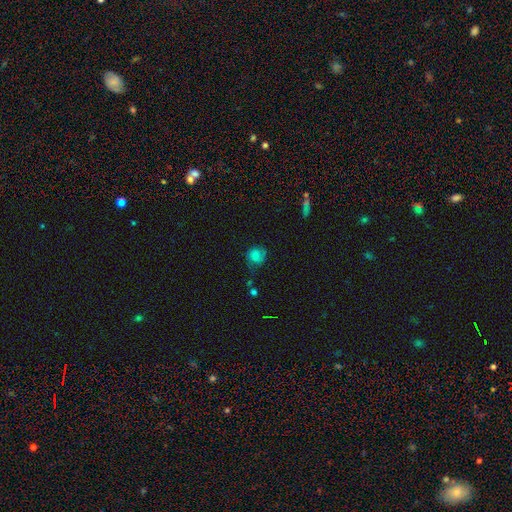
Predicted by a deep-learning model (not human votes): Smooth or featured: smooth — 58% (featured or disk — 29%)
How rounded: round — 76% (in between — 23%)
Merging: none — 53% (minor disturbance — 28%)